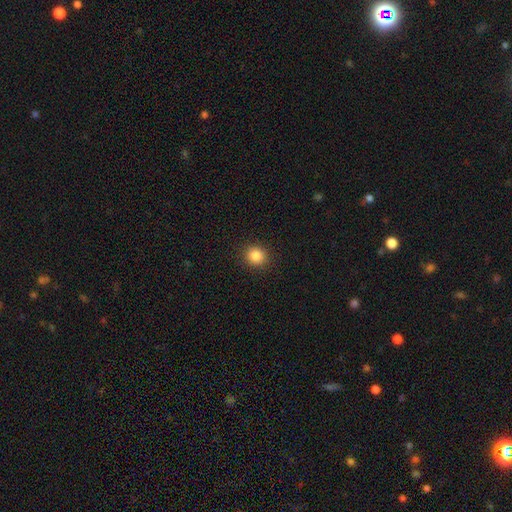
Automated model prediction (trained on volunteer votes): Smooth or featured? smooth (86%)
How rounded? round (81%)
Merging? none (91%)